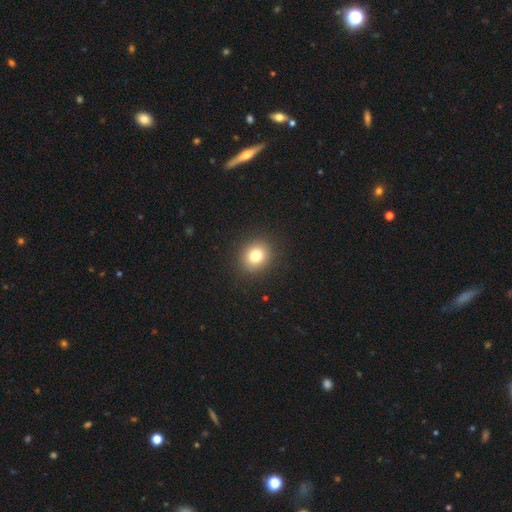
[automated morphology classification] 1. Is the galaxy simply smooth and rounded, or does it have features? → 79% smooth, 12% star or artifact, 9% featured or disk.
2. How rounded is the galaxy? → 76% round, 23% in between, 1% cigar-shaped.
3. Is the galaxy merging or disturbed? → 91% none, 6% minor disturbance, 2% major disturbance, 1% merger.